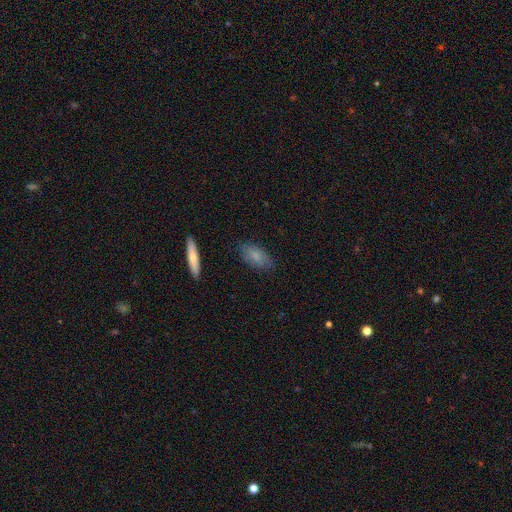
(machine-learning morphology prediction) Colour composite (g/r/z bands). It shows a smooth galaxy with no disk features (77%) that is in between round and cigar-shaped (82%). Merging: none (78%).